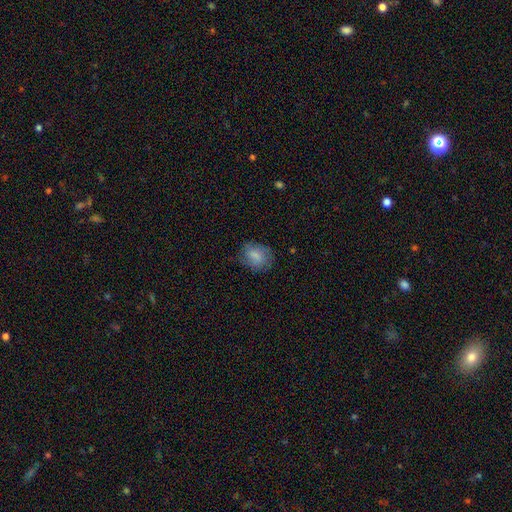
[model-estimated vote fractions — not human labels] smooth_or_featured: smooth (p=0.79) [alt: featured or disk p=0.13]
how_rounded: in between (p=0.54) [alt: round p=0.44]
merging: none (p=0.68) [alt: minor disturbance p=0.23]